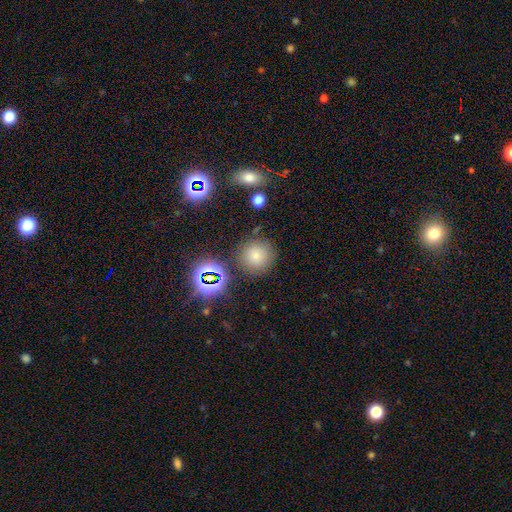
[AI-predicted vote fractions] This appears to be a smooth galaxy with no disk features (73%) that is round (93%). Merging: none (81%).